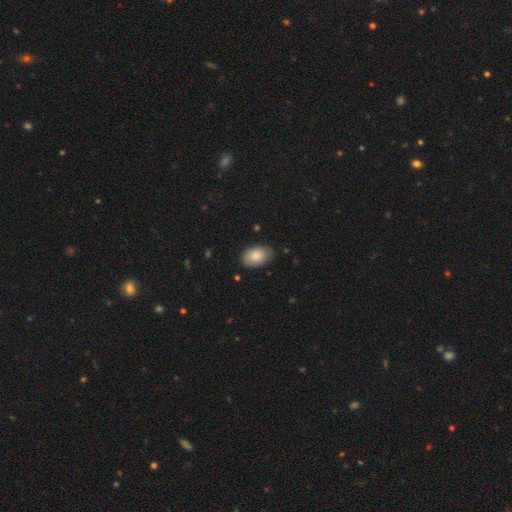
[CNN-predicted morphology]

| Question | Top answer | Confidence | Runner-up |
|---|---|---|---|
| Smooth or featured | smooth | 86% | featured or disk (8%) |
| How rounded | in between | 93% | round (6%) |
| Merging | none | 82% | minor disturbance (14%) |